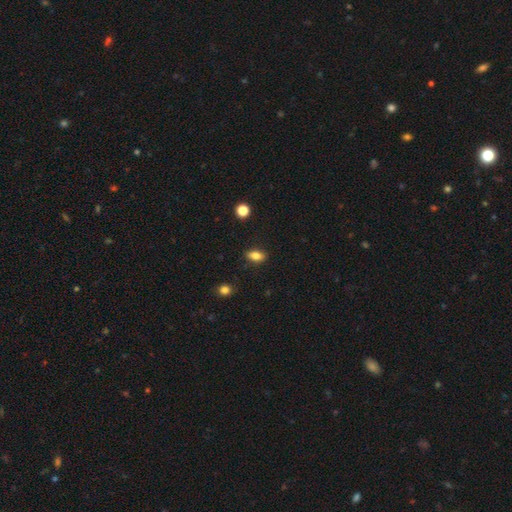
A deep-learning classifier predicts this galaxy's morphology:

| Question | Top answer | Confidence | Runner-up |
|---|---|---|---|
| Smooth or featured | smooth | 80% | featured or disk (11%) |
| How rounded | in between | 84% | round (9%) |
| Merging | none | 86% | minor disturbance (10%) |